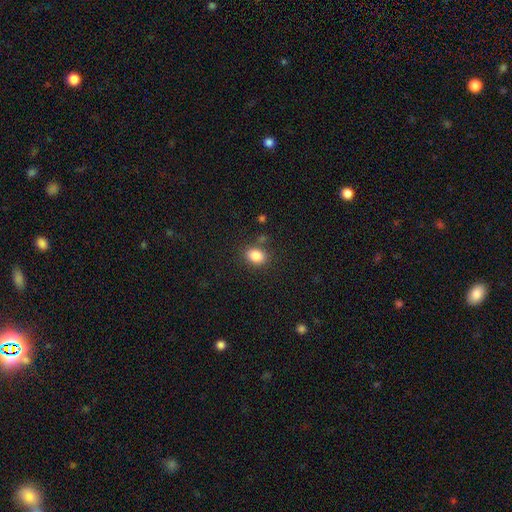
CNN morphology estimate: Smooth or featured? Predicted: smooth (p=0.85). How rounded? Predicted: in between (p=0.66). Merging? Predicted: none (p=0.80).